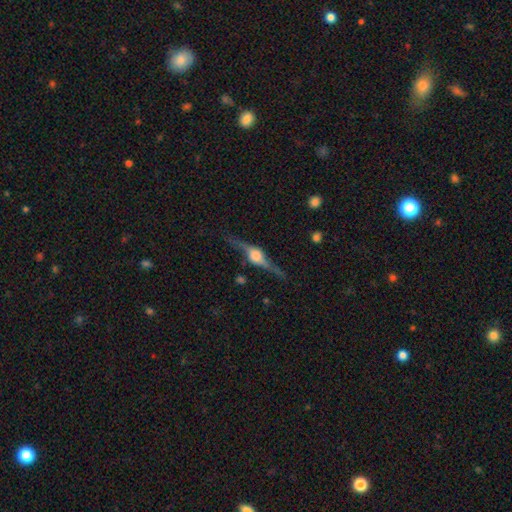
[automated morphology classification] This appears to be a featured or disk galaxy (86%) viewed edge-on (97%) with a rounded central bulge (91%). Merging: none (84%).